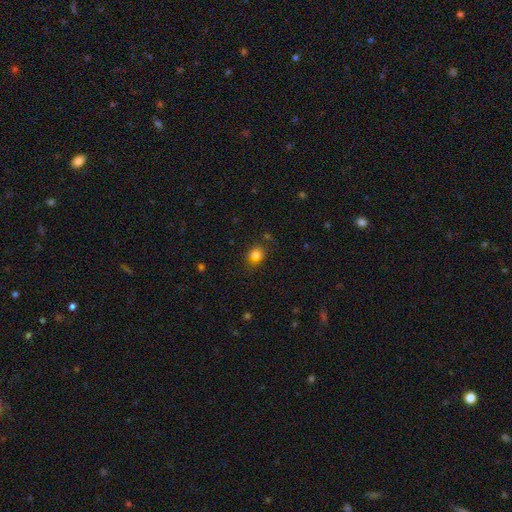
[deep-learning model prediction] Smooth or featured? Predicted: smooth (p=0.80). How rounded? Predicted: round (p=0.64). Merging? Predicted: none (p=0.78).